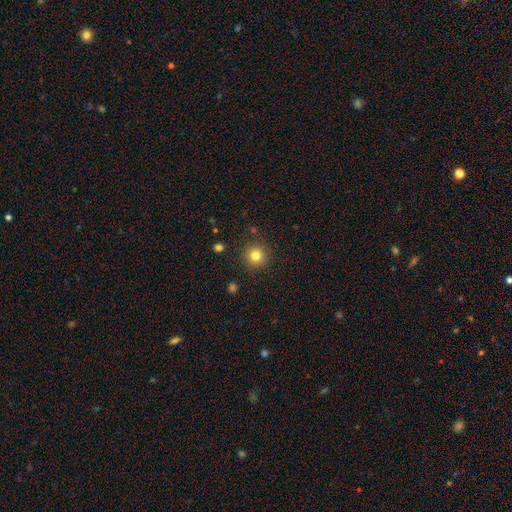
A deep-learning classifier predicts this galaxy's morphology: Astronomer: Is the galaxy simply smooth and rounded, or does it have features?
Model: smooth — 80%.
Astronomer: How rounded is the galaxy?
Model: round — 95%.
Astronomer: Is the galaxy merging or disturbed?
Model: none — 89%.